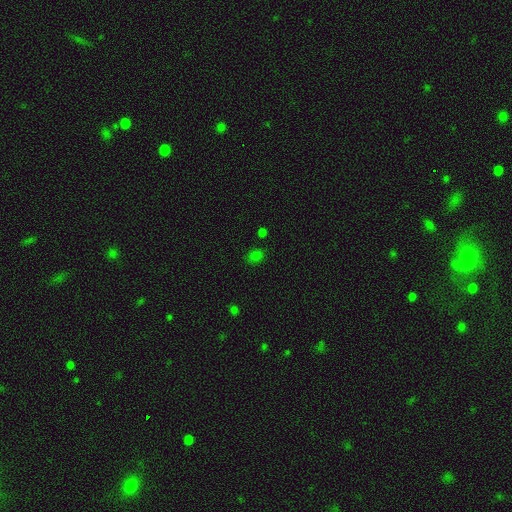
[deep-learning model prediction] Q: Smooth or featured?
A: smooth (74%); runner-up: star or artifact (22%)
Q: How rounded?
A: in between (51%); runner-up: round (48%)
Q: Merging?
A: none (82%); runner-up: minor disturbance (12%)